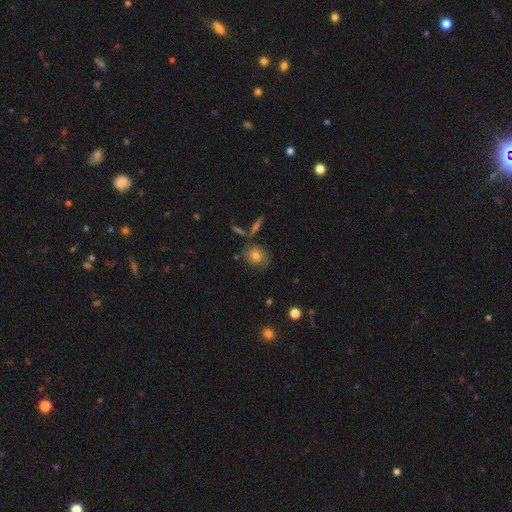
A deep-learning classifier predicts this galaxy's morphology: smooth_or_featured: smooth (p=0.68) [alt: featured or disk p=0.22]
how_rounded: round (p=0.65) [alt: in between p=0.33]
merging: none (p=0.67) [alt: minor disturbance p=0.19]